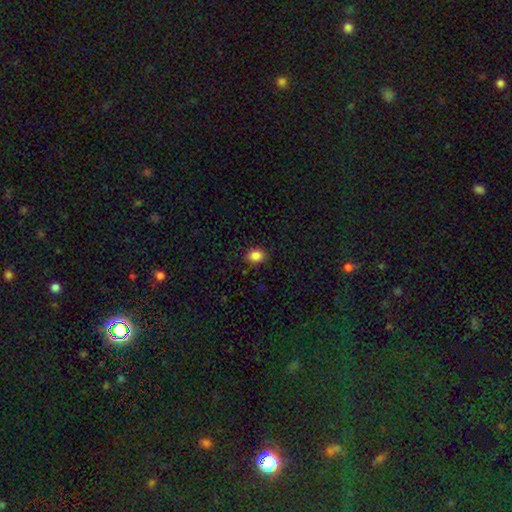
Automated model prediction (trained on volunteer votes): smooth 86%, star or artifact 10%, featured or disk 4%. Down the decision tree: how rounded — in between (51%); merging — none (86%).